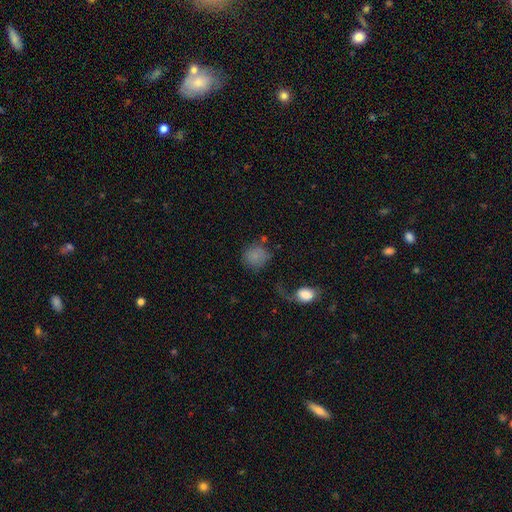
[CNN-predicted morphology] smooth-or-featured: smooth: 77% | featured or disk: 12% | star or artifact: 11%
  how-rounded: round: 80% | in between: 18% | cigar-shaped: 1%
  merging: none: 56% | minor disturbance: 18% | major disturbance: 15% | merger: 10%